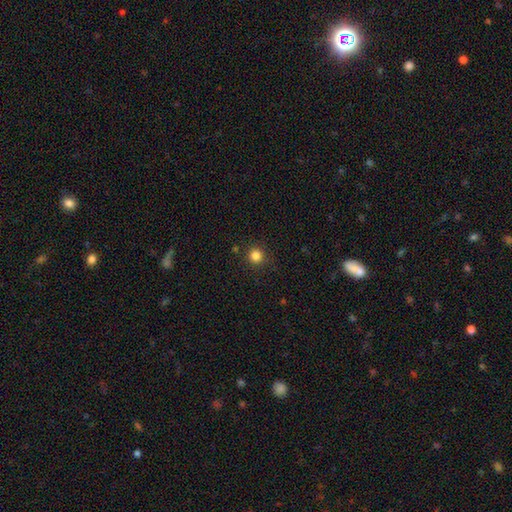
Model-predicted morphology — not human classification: A smooth galaxy with no disk features (83%) that is round (95%). Merging: none (90%).